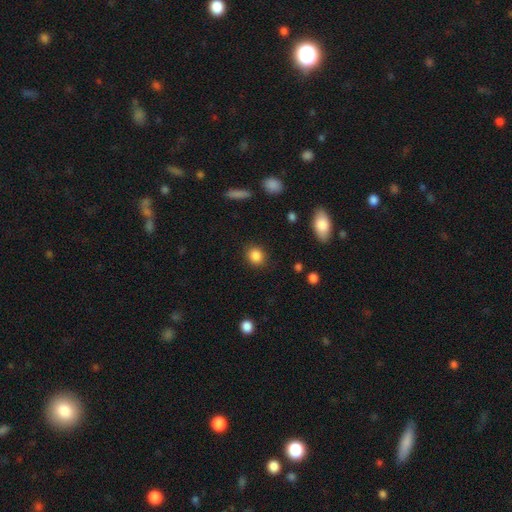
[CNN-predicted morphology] Overall: smooth (86%). How rounded: round (76%). Merging: none (89%).